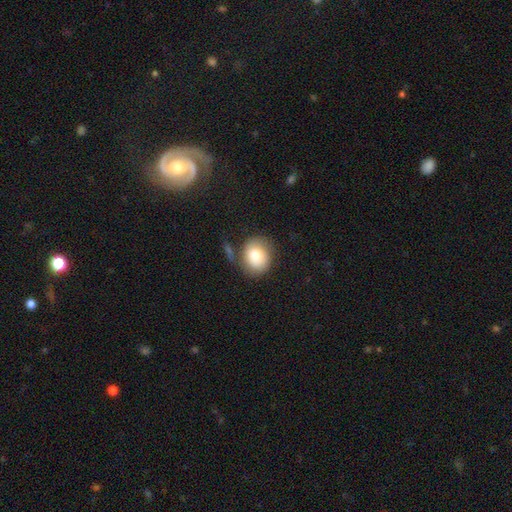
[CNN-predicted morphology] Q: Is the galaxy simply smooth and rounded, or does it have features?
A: smooth — 79%.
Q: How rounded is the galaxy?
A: round — 63%.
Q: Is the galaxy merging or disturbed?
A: none — 70%.